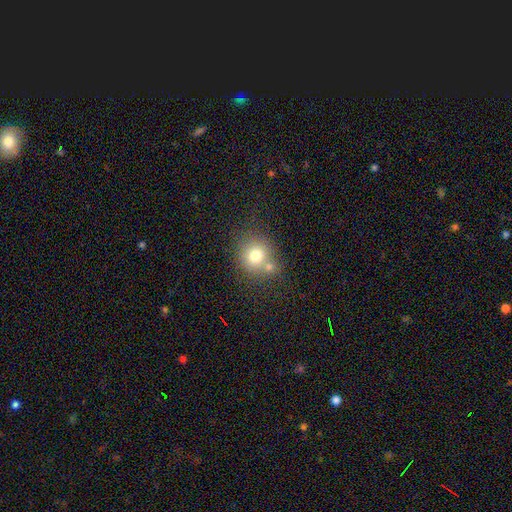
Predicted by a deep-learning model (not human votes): Q: Smooth or featured?
A: smooth (74%); runner-up: featured or disk (14%)
Q: How rounded?
A: round (84%); runner-up: in between (15%)
Q: Merging?
A: none (54%); runner-up: merger (30%)